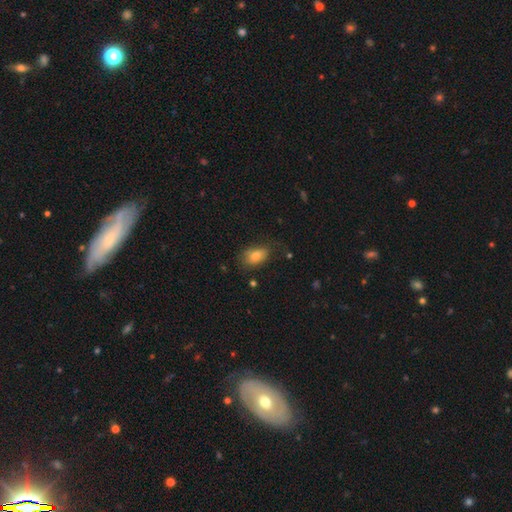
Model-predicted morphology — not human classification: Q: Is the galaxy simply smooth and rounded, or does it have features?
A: smooth — 78%.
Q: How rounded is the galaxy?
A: in between — 89%.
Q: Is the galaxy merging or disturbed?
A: none — 66%.